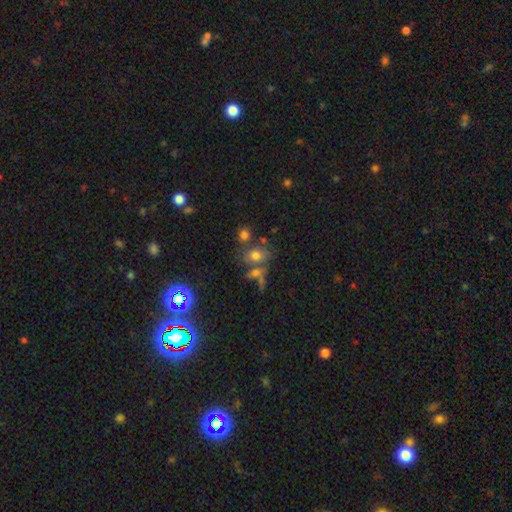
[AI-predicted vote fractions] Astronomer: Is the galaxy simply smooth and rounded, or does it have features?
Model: smooth — 67%.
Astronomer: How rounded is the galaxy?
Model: in between — 52% (runner-up: round, 46%).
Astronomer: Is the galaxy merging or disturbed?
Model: none — 50% (runner-up: merger, 29%).